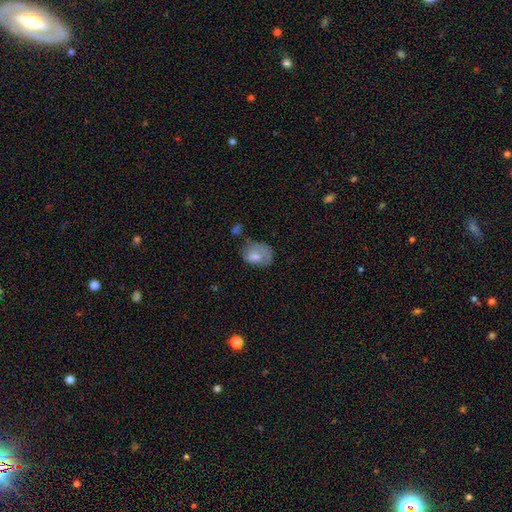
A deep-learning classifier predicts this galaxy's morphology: smooth_or_featured: smooth (p=0.73) [alt: featured or disk p=0.19]
how_rounded: in between (p=0.73) [alt: round p=0.26]
merging: none (p=0.45) [alt: minor disturbance p=0.33]